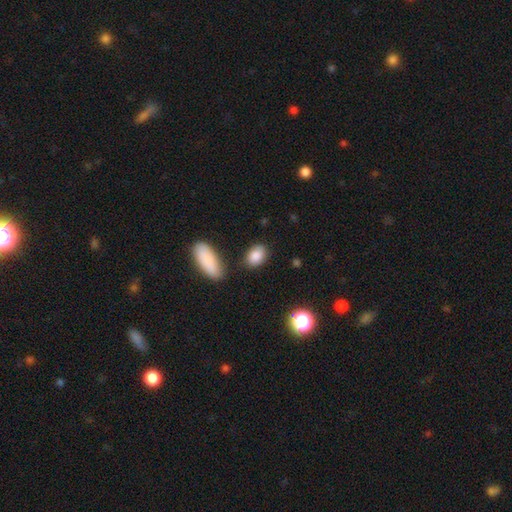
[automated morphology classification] A smooth galaxy with no disk features (87%) that is in between round and cigar-shaped (81%).

Vote fractions:
- Smooth or featured? smooth: 87% / star or artifact: 8% / featured or disk: 5%
- How rounded? in between: 81% / round: 17% / cigar-shaped: 2%
- Merging? none: 77% / minor disturbance: 14% / merger: 5% / major disturbance: 4%